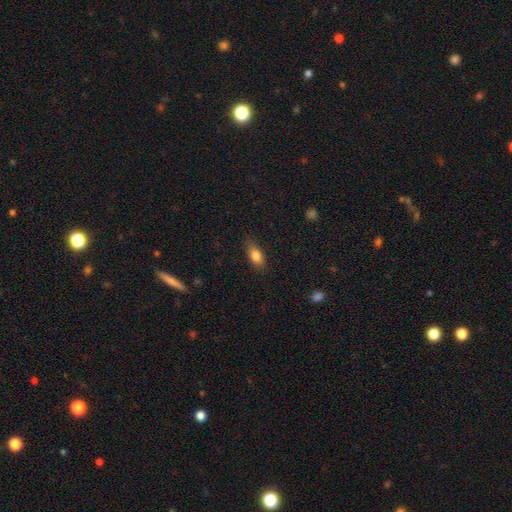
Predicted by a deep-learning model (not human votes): A smooth galaxy with no disk features (81%) that is in between round and cigar-shaped (82%).

Vote fractions:
- Smooth or featured? smooth: 81% / featured or disk: 10% / star or artifact: 8%
- How rounded? in between: 82% / cigar-shaped: 12% / round: 5%
- Merging? none: 81% / minor disturbance: 15% / major disturbance: 3% / merger: 1%